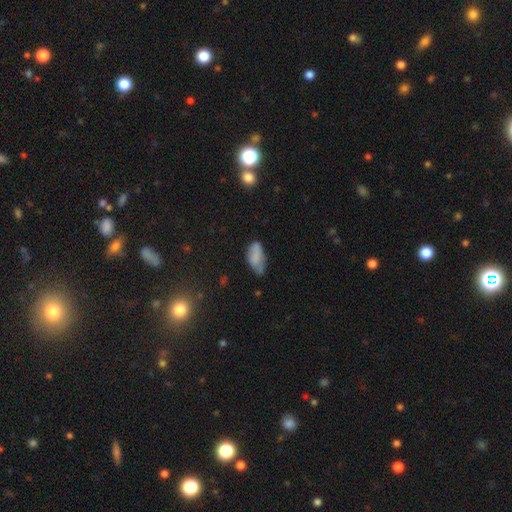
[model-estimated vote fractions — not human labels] A smooth galaxy with no disk features (77%) that is in between round and cigar-shaped (91%).

Vote fractions:
- Smooth or featured? smooth: 77% / featured or disk: 14% / star or artifact: 9%
- How rounded? in between: 91% / cigar-shaped: 7% / round: 3%
- Merging? none: 47% / minor disturbance: 38% / major disturbance: 11% / merger: 4%